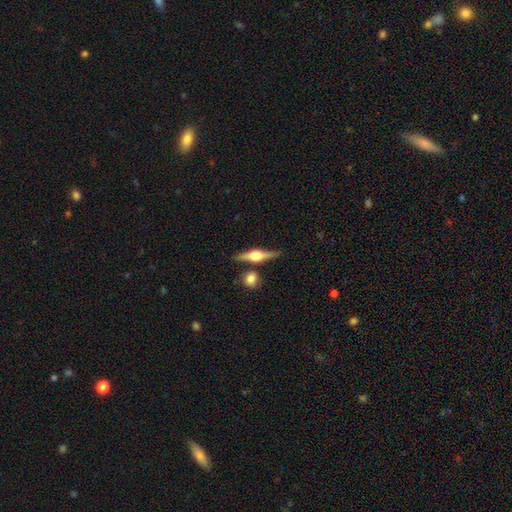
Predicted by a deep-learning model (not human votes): This appears to be a featured or disk galaxy (75%) viewed edge-on (97%) with a rounded central bulge (94%). Merging: none (78%).